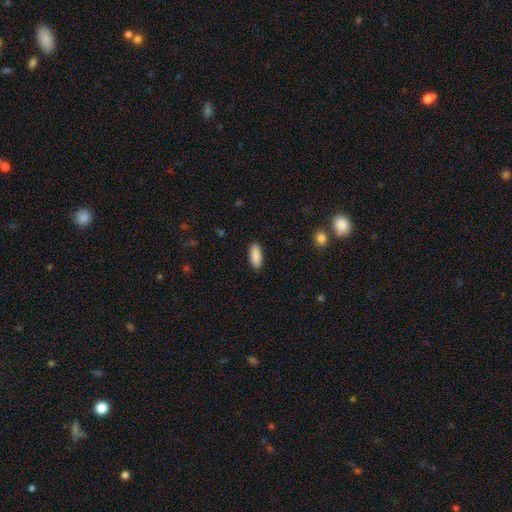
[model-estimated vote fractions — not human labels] This is clearly a smooth galaxy (90%). How rounded: likely in between (73%). Merging: clearly none (90%).